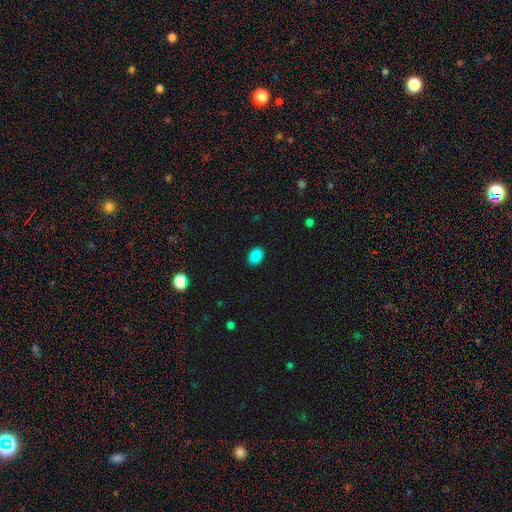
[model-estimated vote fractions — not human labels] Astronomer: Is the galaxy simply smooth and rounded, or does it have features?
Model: smooth — 87%.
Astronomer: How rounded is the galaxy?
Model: in between — 69%.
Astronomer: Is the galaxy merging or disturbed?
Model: none — 89%.